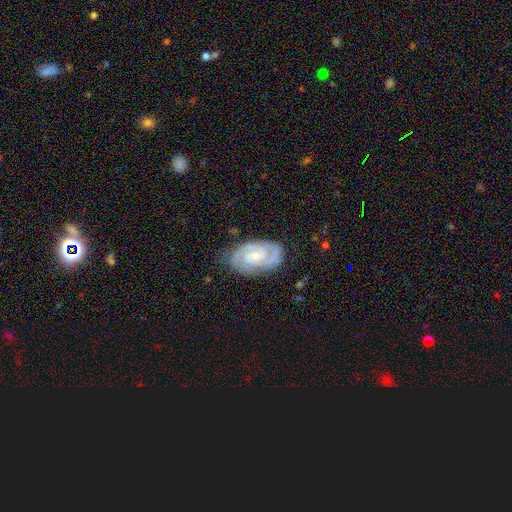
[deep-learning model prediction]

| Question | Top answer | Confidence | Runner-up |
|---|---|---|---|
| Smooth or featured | featured or disk | 87% | smooth (8%) |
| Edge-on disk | no | 97% | yes (3%) |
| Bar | no | 51% | weak (39%) |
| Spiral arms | yes | 98% | no (2%) |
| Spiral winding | tight | 66% | medium (30%) |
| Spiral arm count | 2 | 78% | 3 (9%) |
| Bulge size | small | 65% | moderate (26%) |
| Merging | none | 80% | minor disturbance (15%) |